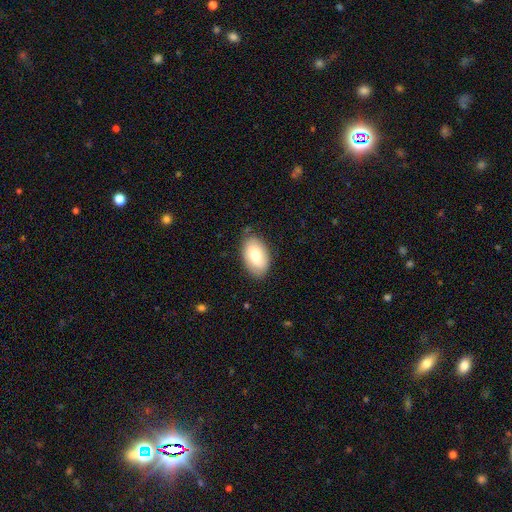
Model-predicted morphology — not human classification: A smooth galaxy with no disk features (75%) that is in between round and cigar-shaped (93%).

Vote fractions:
- Smooth or featured? smooth: 75% / featured or disk: 19% / star or artifact: 6%
- How rounded? in between: 93% / round: 6% / cigar-shaped: 1%
- Merging? none: 81% / minor disturbance: 15% / major disturbance: 3% / merger: 1%